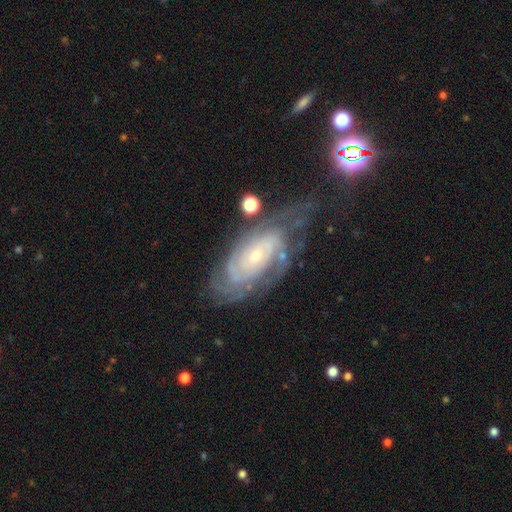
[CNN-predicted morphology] Smooth or featured: featured or disk — 85% (smooth — 8%)
Edge-on disk: no — 94% (yes — 6%)
Bar: no — 69% (weak — 24%)
Spiral arms: yes — 96% (no — 4%)
Spiral winding: tight — 74% (medium — 21%)
Spiral arm count: can't tell — 38% (2 — 20%)
Bulge size: small — 69% (moderate — 26%)
Merging: none — 59% (minor disturbance — 23%)